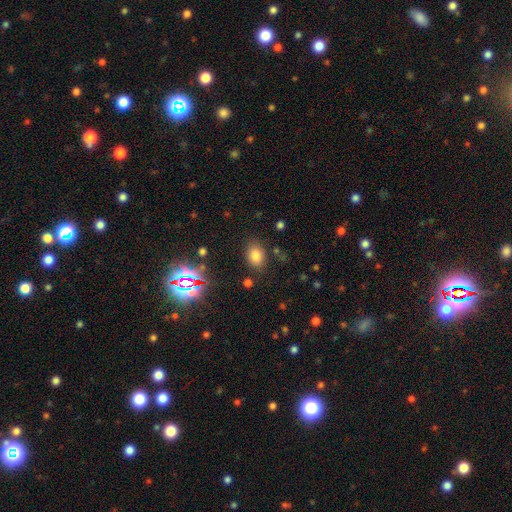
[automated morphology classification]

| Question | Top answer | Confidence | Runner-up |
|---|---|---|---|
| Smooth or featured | smooth | 75% | star or artifact (17%) |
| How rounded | in between | 73% | round (26%) |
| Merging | none | 81% | minor disturbance (12%) |